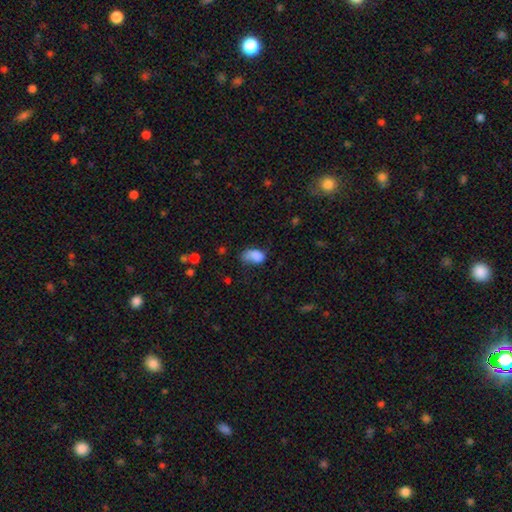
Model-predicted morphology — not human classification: smooth-or-featured: smooth: 80% | featured or disk: 11% | star or artifact: 9%
  how-rounded: in between: 87% | round: 12% | cigar-shaped: 2%
  merging: minor disturbance: 34% | none: 31% | major disturbance: 29% | merger: 6%